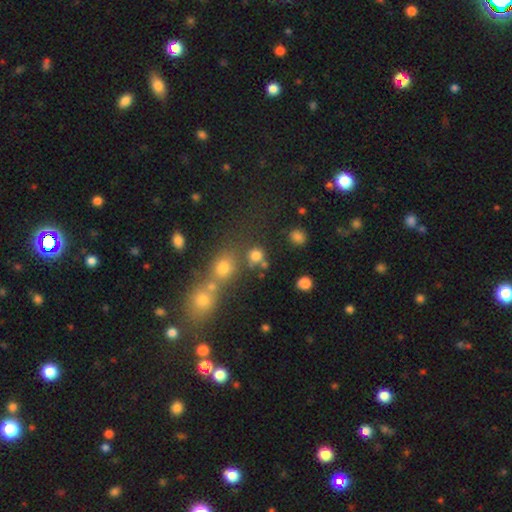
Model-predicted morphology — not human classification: A smooth galaxy with no disk features (75%) that is round (82%). Merging: none (62%).